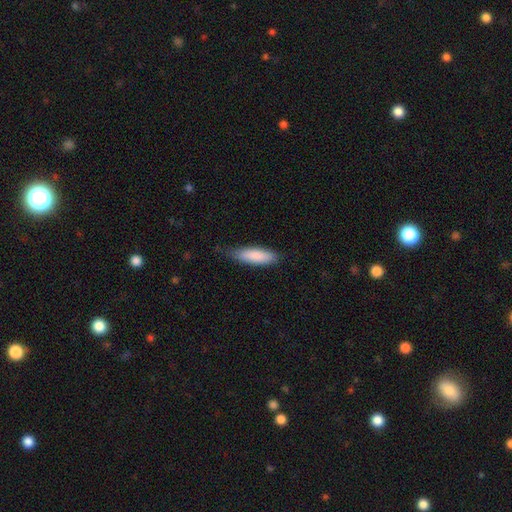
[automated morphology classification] Q: Smooth or featured?
A: smooth (85%); runner-up: featured or disk (9%)
Q: How rounded?
A: cigar-shaped (53%); runner-up: in between (45%)
Q: Merging?
A: none (68%); runner-up: minor disturbance (26%)